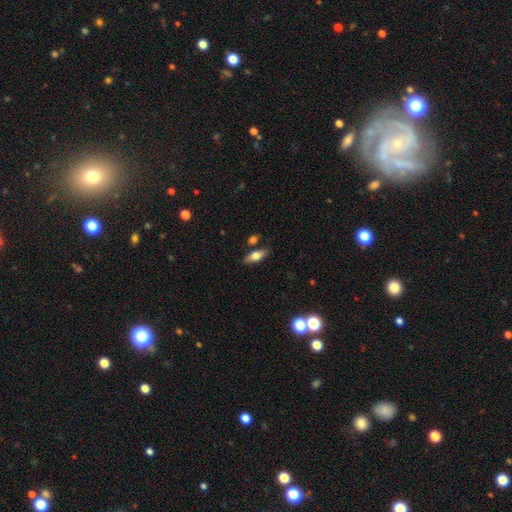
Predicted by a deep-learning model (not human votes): Smooth or featured? smooth (67%)
How rounded? in between (75%)
Merging? none (78%)